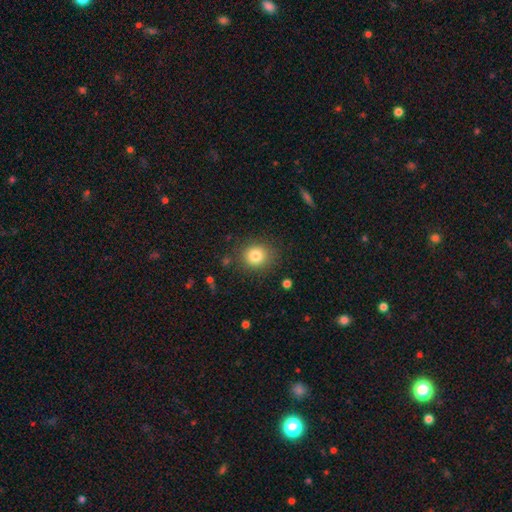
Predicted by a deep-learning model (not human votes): smooth_or_featured: smooth (p=0.82) [alt: star or artifact p=0.11]
how_rounded: round (p=0.80) [alt: in between p=0.19]
merging: none (p=0.85) [alt: minor disturbance p=0.10]